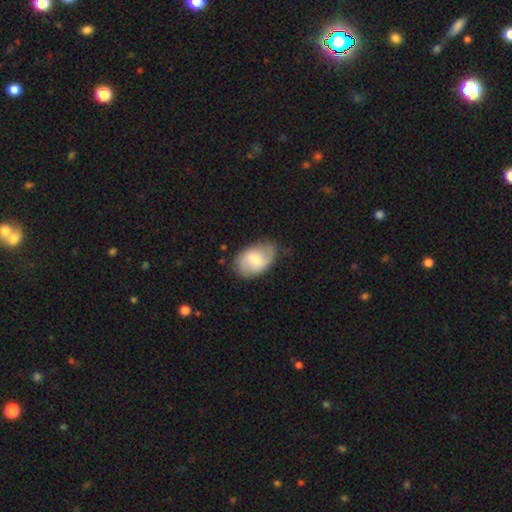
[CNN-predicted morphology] The model was most divided on "smooth or featured": smooth: 59%, featured or disk: 34%, star or artifact: 6%. More confident: how rounded — in between (87%); merging — none (69%).